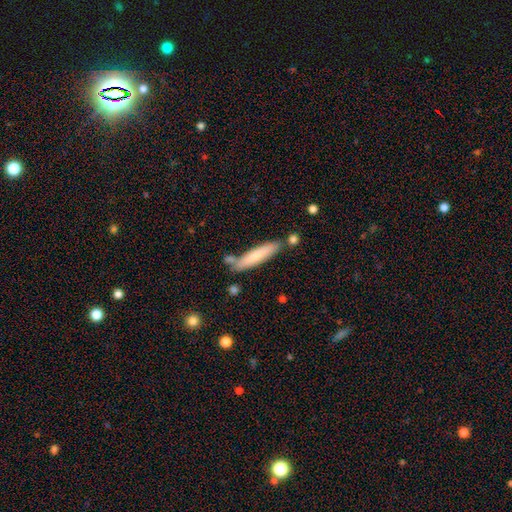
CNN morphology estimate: type=smooth (69%); roundness=cigar-shaped (87%); merging=none (73%).